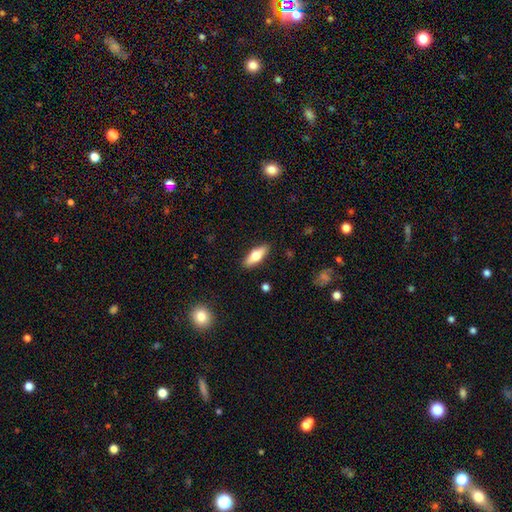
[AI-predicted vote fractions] Smooth or featured?
  - smooth: 62% *
  - featured or disk: 32%
  - star or artifact: 6%
How rounded?
  - in between: 61% *
  - cigar-shaped: 37%
  - round: 3%
Merging?
  - none: 88% *
  - minor disturbance: 9%
  - major disturbance: 2%
  - merger: 1%